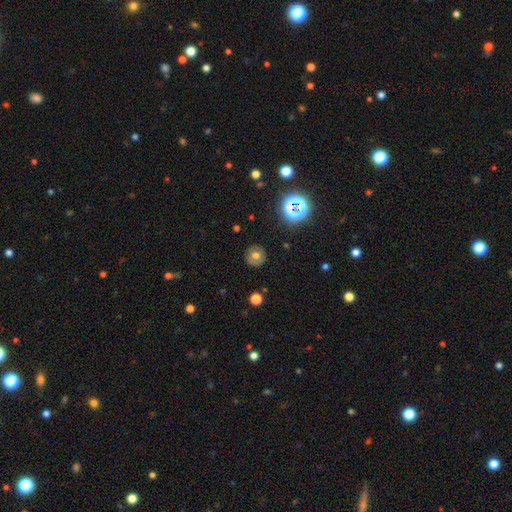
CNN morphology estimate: Smooth or featured: smooth — 61% (featured or disk — 23%)
How rounded: round — 91% (in between — 8%)
Merging: none — 87% (minor disturbance — 9%)